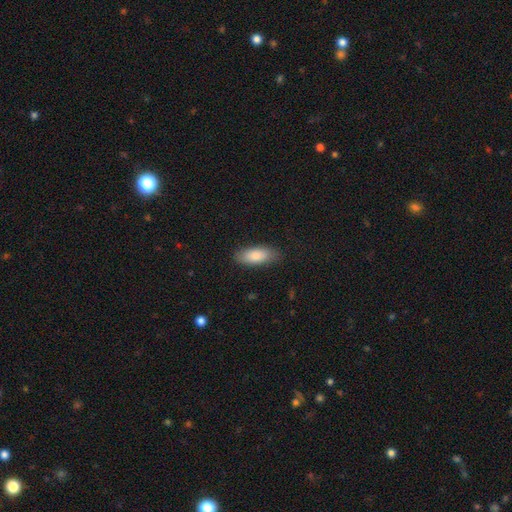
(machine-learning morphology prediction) The model was most divided on "how rounded": in between: 81%, cigar-shaped: 16%, round: 2%. More confident: merging — none (83%); smooth or featured — smooth (82%).